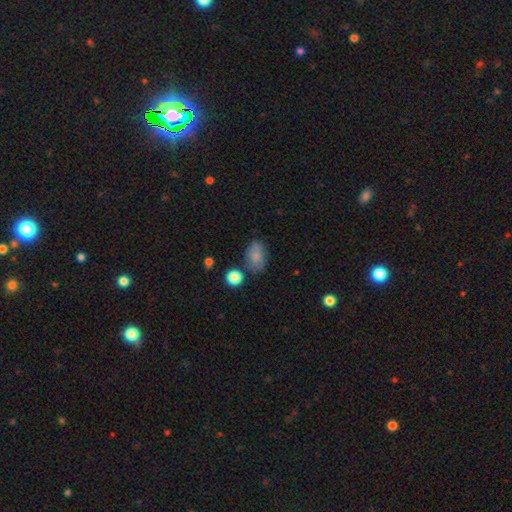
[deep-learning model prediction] Overall: smooth (78%). How rounded: in between (82%). Merging: none (62%; minor disturbance 23%).